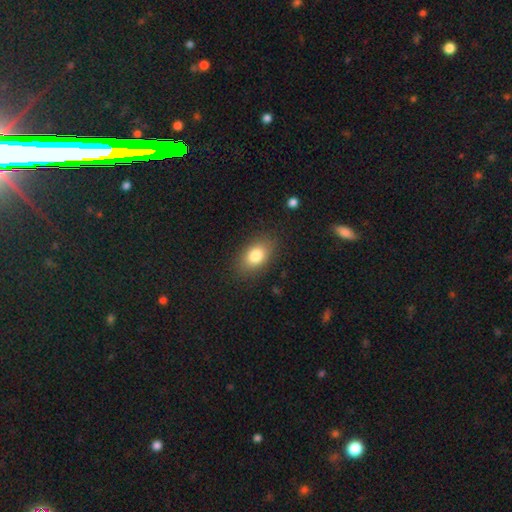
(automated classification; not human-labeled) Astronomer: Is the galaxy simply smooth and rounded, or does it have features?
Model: smooth — 82%.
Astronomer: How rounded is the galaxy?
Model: in between — 85%.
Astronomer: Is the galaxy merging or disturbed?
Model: none — 84%.